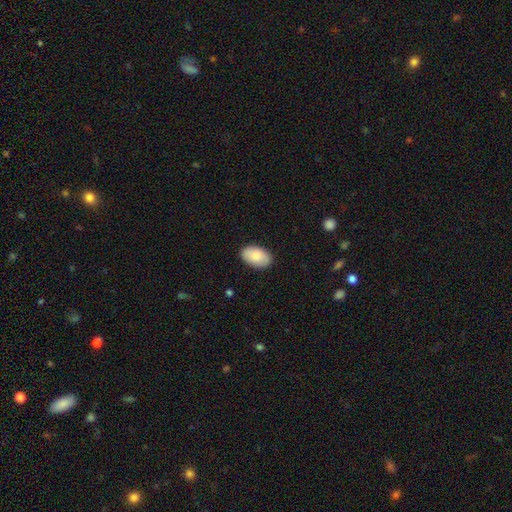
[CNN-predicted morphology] Smooth or featured? smooth (86%)
How rounded? in between (94%)
Merging? none (88%)